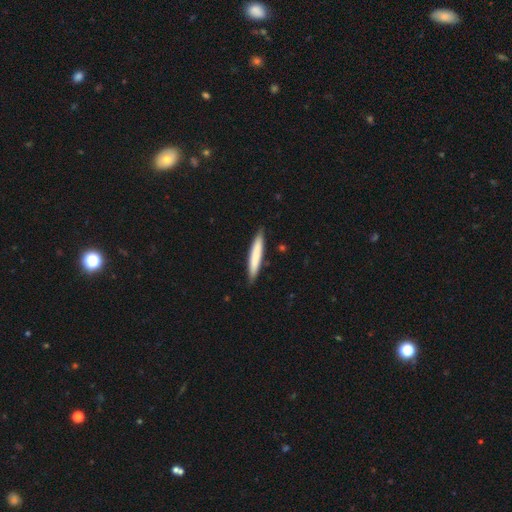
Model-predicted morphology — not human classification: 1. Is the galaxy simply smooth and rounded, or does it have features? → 74% smooth, 21% featured or disk, 5% star or artifact.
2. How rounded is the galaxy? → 93% cigar-shaped, 6% in between, 1% round.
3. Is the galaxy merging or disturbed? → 87% none, 10% minor disturbance, 2% major disturbance, 1% merger.